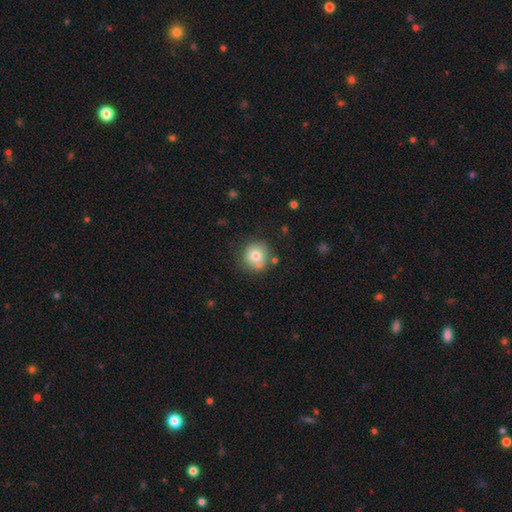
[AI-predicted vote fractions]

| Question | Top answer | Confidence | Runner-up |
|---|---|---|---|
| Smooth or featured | smooth | 78% | featured or disk (12%) |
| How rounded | round | 90% | in between (9%) |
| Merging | none | 74% | minor disturbance (15%) |